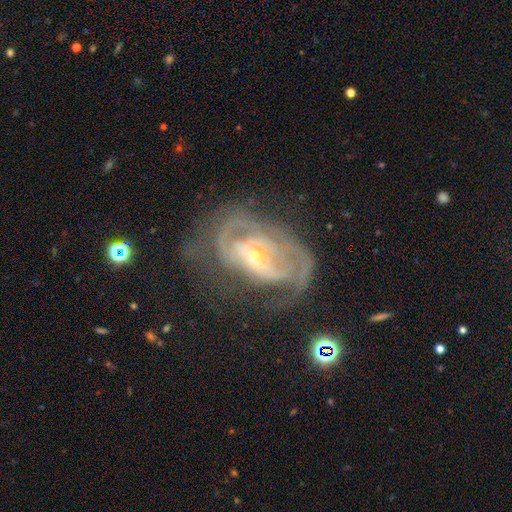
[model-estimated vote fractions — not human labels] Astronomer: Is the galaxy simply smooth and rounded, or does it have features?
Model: featured or disk — 81%.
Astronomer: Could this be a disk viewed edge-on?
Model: no — 95%.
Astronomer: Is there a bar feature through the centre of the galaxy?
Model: no — 44% (runner-up: weak, 37%).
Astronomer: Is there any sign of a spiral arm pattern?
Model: yes — 81%.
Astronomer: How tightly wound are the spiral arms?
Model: tight — 51% (runner-up: medium, 35%).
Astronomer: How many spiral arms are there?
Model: can't tell — 40% (runner-up: 2, 34%).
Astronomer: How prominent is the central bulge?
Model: small — 73%.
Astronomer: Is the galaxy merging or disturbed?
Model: none — 47% (runner-up: major disturbance, 28%).